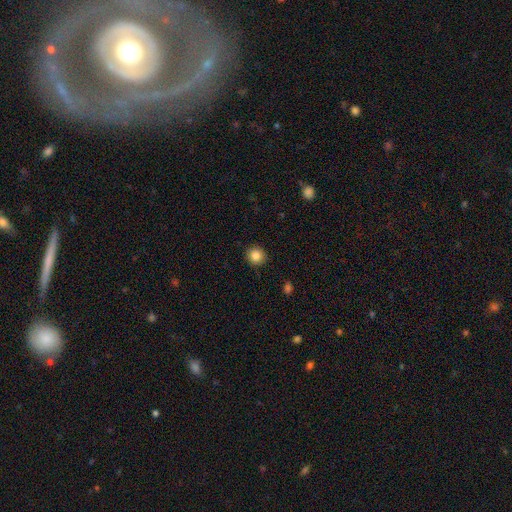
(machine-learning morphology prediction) This appears to be a smooth galaxy with no disk features (85%) that is round (92%). Merging: none (91%).